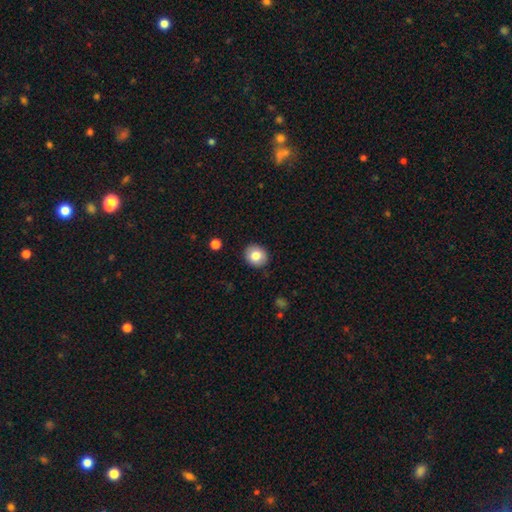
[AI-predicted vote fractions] smooth_or_featured: smooth (p=0.81) [alt: featured or disk p=0.10]
how_rounded: round (p=0.77) [alt: in between p=0.22]
merging: none (p=0.90) [alt: minor disturbance p=0.07]